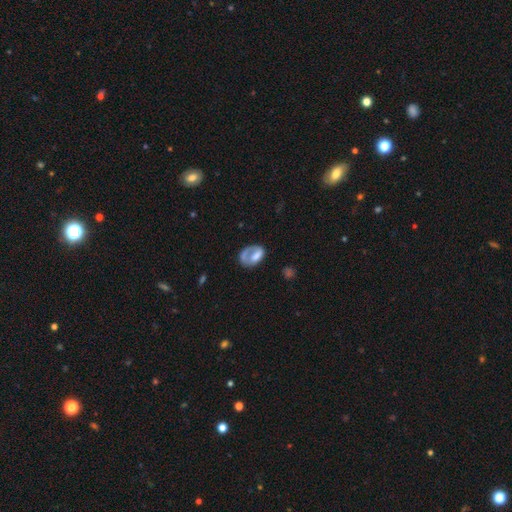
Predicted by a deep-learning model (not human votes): Smooth or featured? Predicted: smooth (p=0.53). How rounded? Predicted: in between (p=0.76). Merging? Predicted: none (p=0.42).